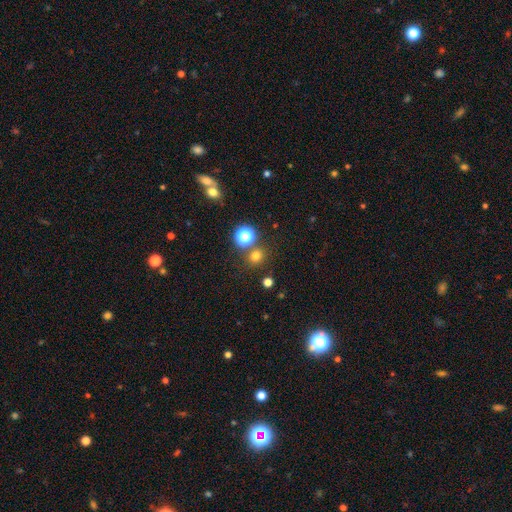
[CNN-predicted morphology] A smooth galaxy with no disk features (72%) that is round (85%).

Vote fractions:
- Smooth or featured? smooth: 72% / star or artifact: 22% / featured or disk: 6%
- How rounded? round: 85% / in between: 14% / cigar-shaped: 1%
- Merging? none: 79% / merger: 10% / minor disturbance: 8% / major disturbance: 3%